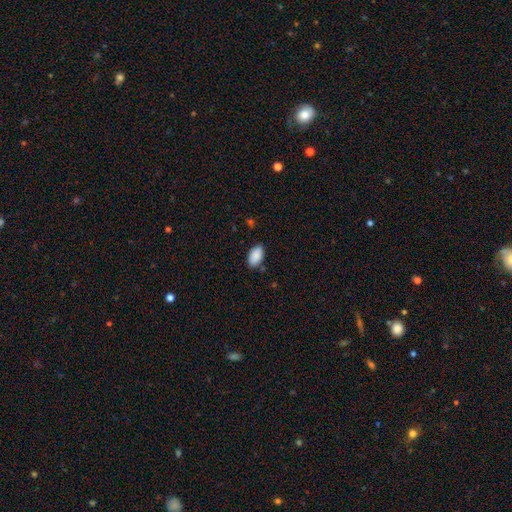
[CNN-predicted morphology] smooth-or-featured: smooth: 90% | star or artifact: 7% | featured or disk: 3%
  how-rounded: in between: 94% | round: 4% | cigar-shaped: 2%
  merging: none: 83% | minor disturbance: 13% | major disturbance: 3% | merger: 2%